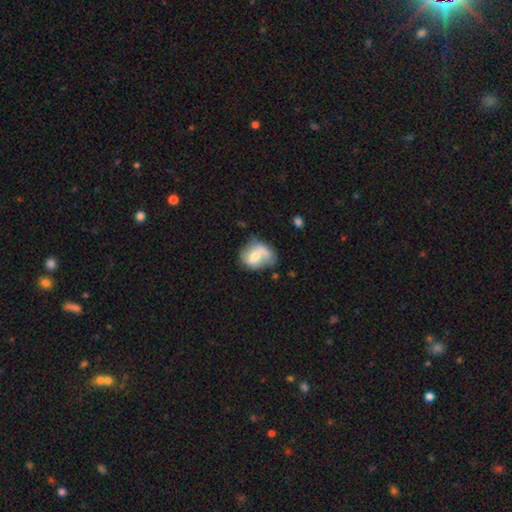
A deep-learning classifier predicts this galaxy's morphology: Smooth or featured? smooth (46%, tied with featured or disk)
Merging? none (40%)